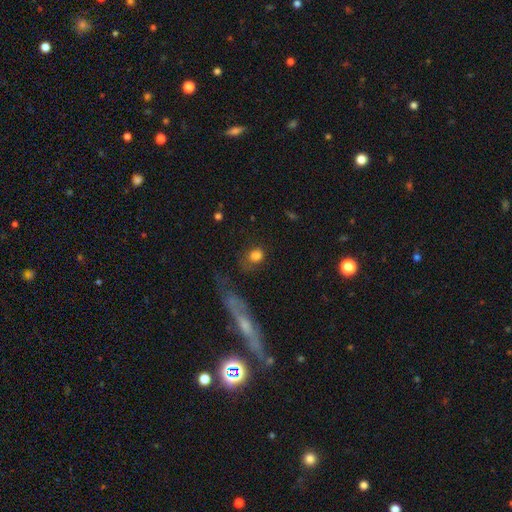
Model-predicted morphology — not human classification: Overall: smooth (77%). How rounded: round (50%; in between 45%). Merging: none (58%; minor disturbance 19%).